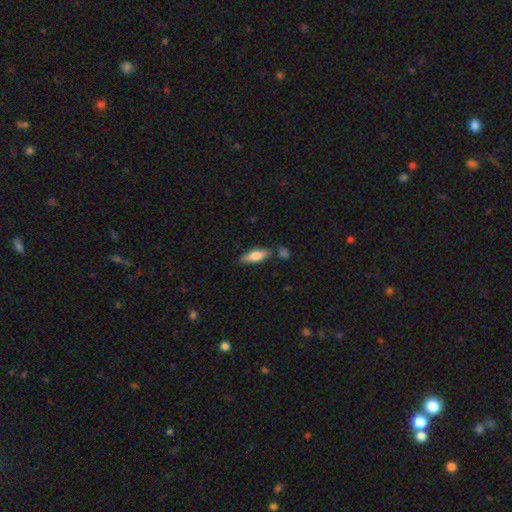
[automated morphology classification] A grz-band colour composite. It shows a smooth galaxy with no disk features (70%) that is in between round and cigar-shaped (61%). Merging: none (72%).